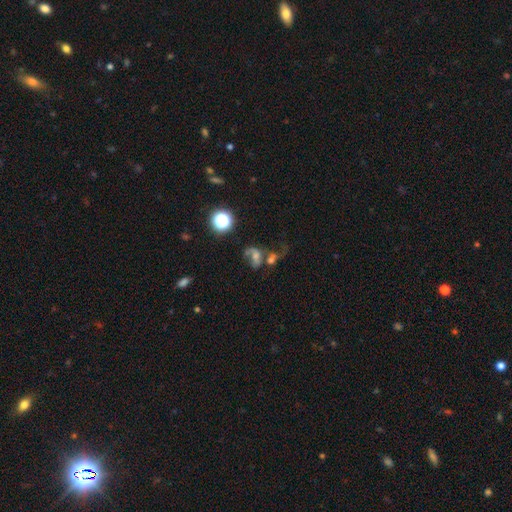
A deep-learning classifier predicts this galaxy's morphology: Smooth or featured? Predicted: featured or disk (p=0.47). Merging? Predicted: merger (p=0.46).